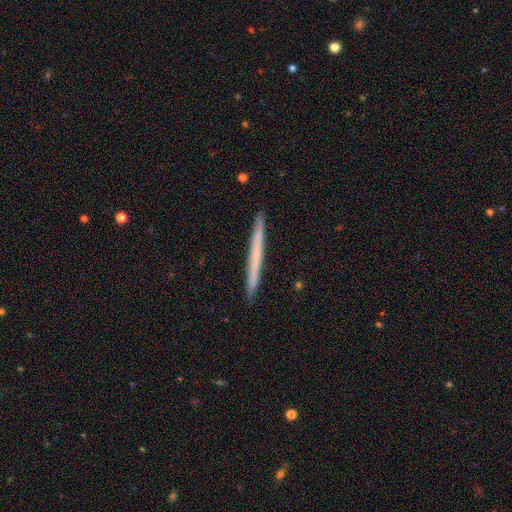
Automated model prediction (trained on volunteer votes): smooth-or-featured: smooth: 54% | featured or disk: 40% | star or artifact: 6%
  how-rounded: cigar-shaped: 97% | in between: 1% | round: 1%
  merging: none: 93% | minor disturbance: 5% | major disturbance: 1% | merger: 1%